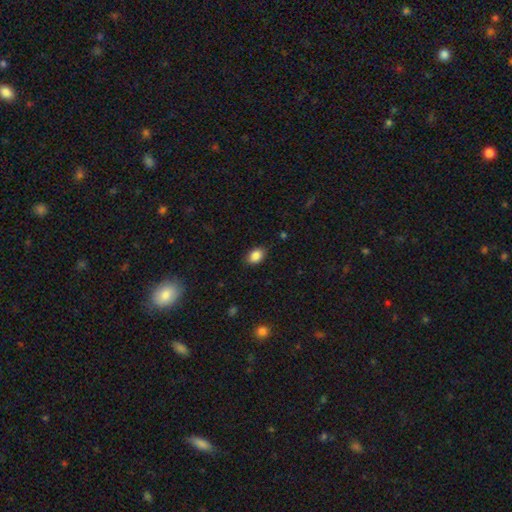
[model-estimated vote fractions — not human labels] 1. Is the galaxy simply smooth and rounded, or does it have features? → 87% smooth, 8% star or artifact, 5% featured or disk.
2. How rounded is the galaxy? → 80% in between, 19% round, 1% cigar-shaped.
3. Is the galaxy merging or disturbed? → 85% none, 12% minor disturbance, 3% major disturbance, 1% merger.